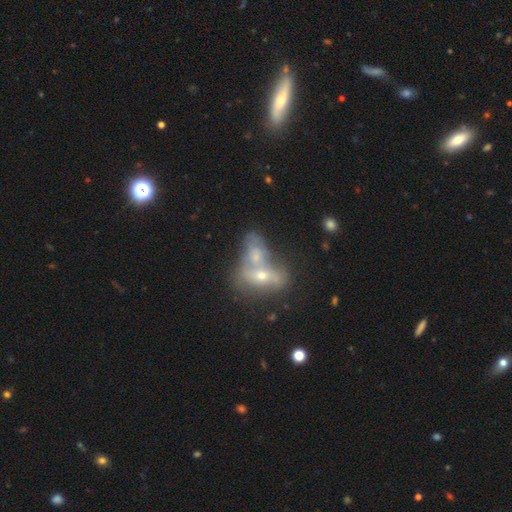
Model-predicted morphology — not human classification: A smooth galaxy with no disk features (47%). Merging: merger (74%).